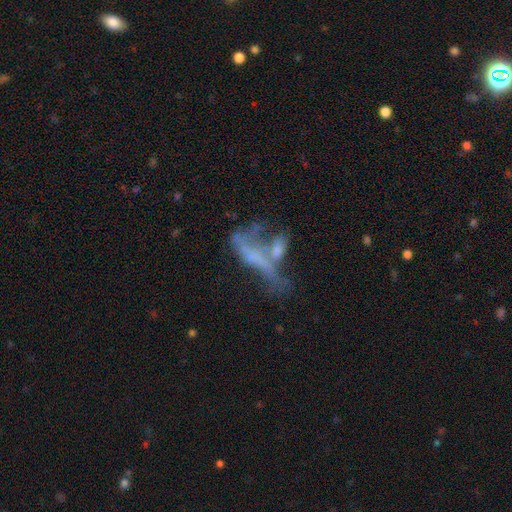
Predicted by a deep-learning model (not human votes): This appears to be a featured or disk galaxy (54%). Merging: merger (45%).